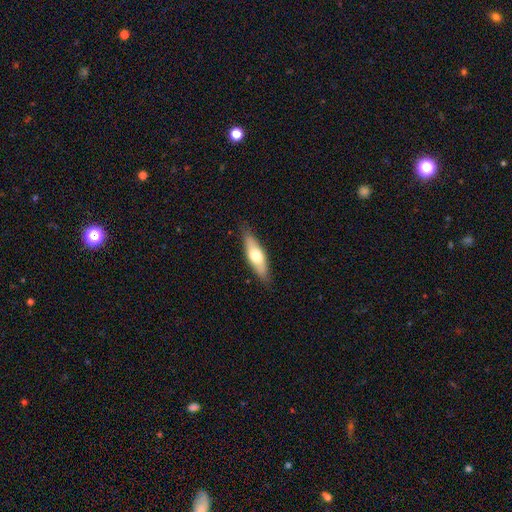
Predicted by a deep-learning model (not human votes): smooth 56%, featured or disk 38%, star or artifact 6%. Down the decision tree: how rounded — cigar-shaped (51%); merging — none (84%).